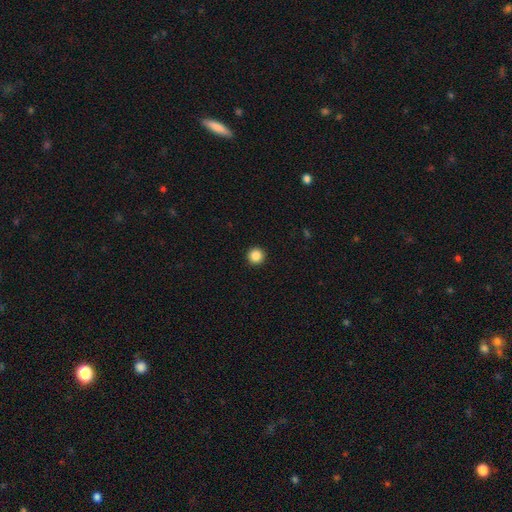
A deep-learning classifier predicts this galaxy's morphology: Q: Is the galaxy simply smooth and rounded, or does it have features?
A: smooth — 87%.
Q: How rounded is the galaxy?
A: round — 96%.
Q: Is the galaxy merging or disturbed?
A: none — 94%.